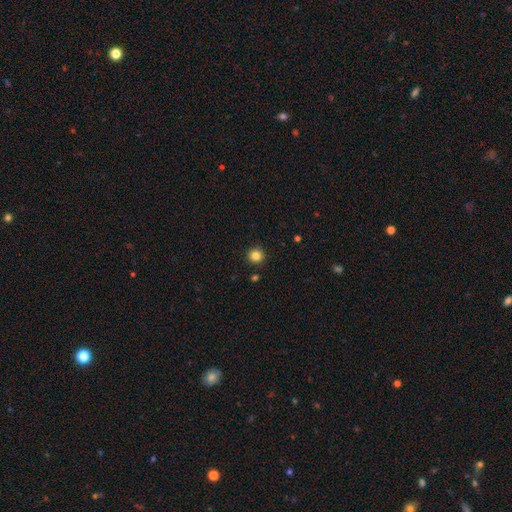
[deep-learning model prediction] Morphology: type=smooth (83%); roundness=round (94%); merging=none (91%).